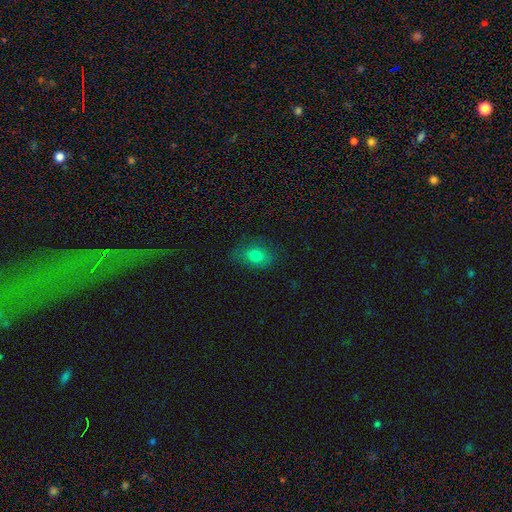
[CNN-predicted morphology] smooth-or-featured: smooth: 77% | featured or disk: 12% | star or artifact: 11%
  how-rounded: in between: 74% | round: 24% | cigar-shaped: 2%
  merging: none: 72% | minor disturbance: 20% | major disturbance: 7% | merger: 1%